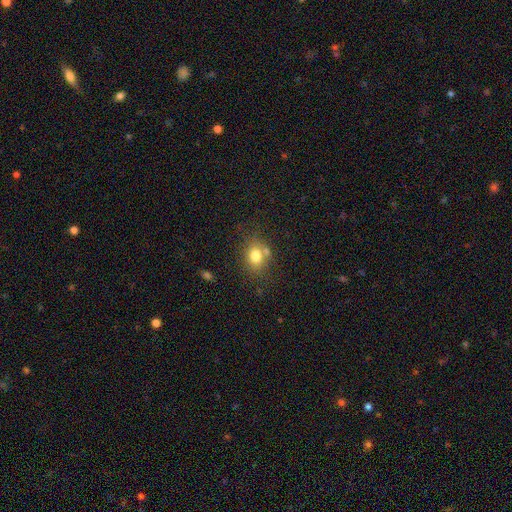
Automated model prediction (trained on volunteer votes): Smooth or featured? smooth (77%)
How rounded? round (51%)
Merging? none (62%)